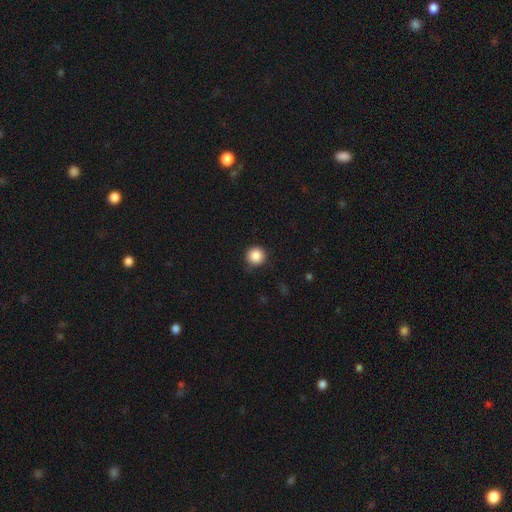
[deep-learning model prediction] Smooth or featured? smooth (87%)
How rounded? round (95%)
Merging? none (85%)